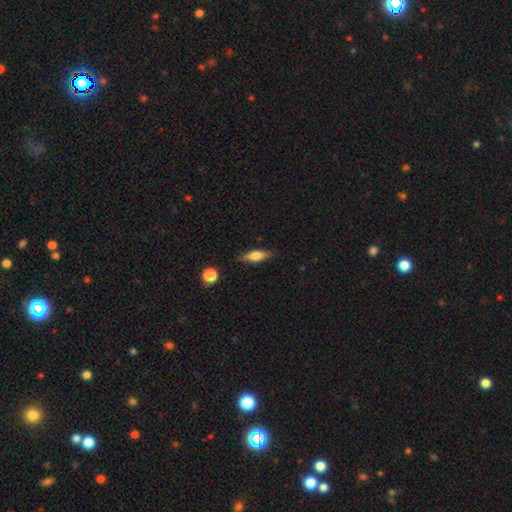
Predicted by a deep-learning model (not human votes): The model was most divided on "how rounded": in between: 50%, cigar-shaped: 46%, round: 4%. More confident: merging — none (83%); smooth or featured — smooth (59%).